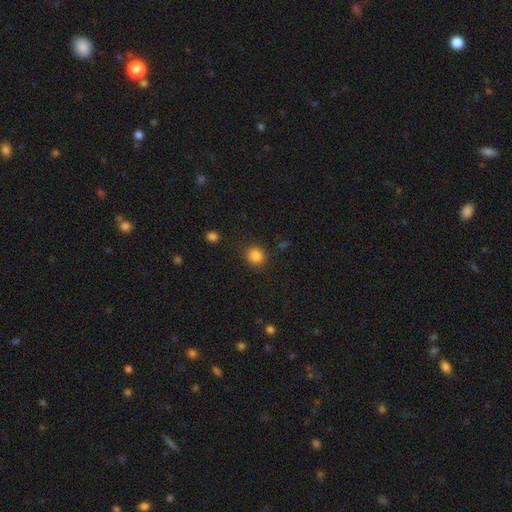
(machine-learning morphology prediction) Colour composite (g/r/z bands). It shows a smooth galaxy with no disk features (85%) that is round (80%). Merging: none (86%).